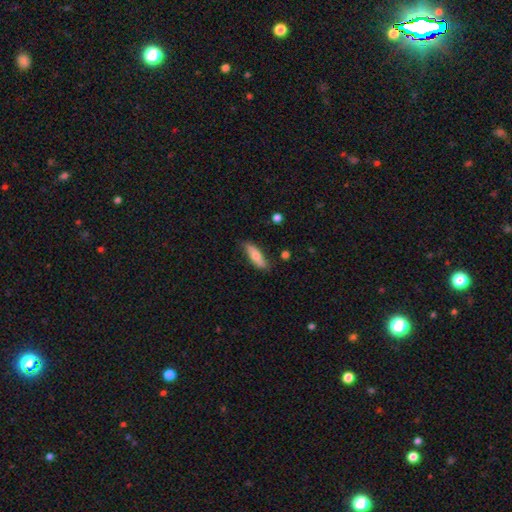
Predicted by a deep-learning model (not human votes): Smooth or featured: smooth — 70% (featured or disk — 24%)
How rounded: cigar-shaped — 50% (in between — 47%)
Merging: none — 77% (minor disturbance — 18%)